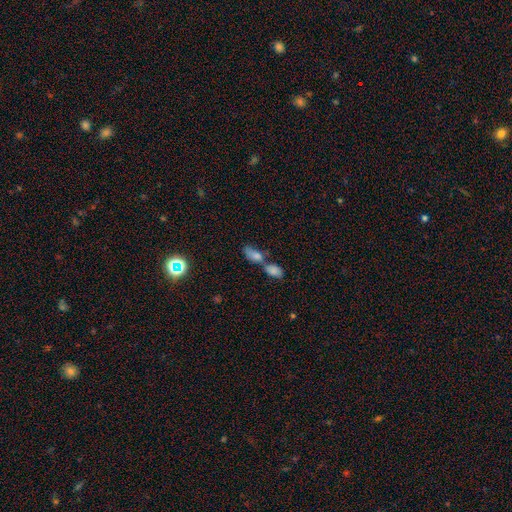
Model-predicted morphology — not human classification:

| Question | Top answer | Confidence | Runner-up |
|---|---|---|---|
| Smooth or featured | smooth | 74% | featured or disk (13%) |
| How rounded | in between | 84% | cigar-shaped (10%) |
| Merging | merger | 66% | none (20%) |